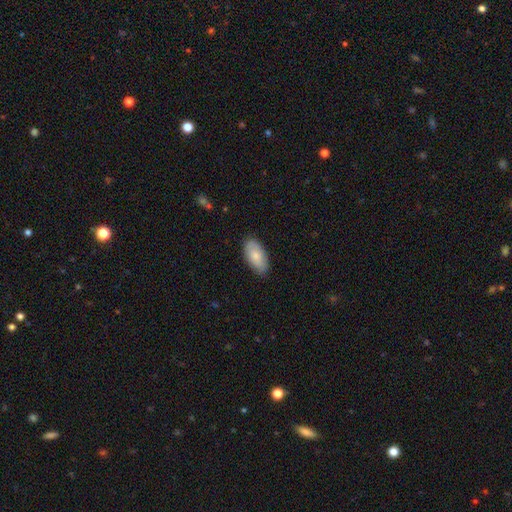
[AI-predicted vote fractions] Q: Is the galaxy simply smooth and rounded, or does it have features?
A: smooth — 81%.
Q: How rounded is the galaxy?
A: in between — 94%.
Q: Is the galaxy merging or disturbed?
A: none — 85%.